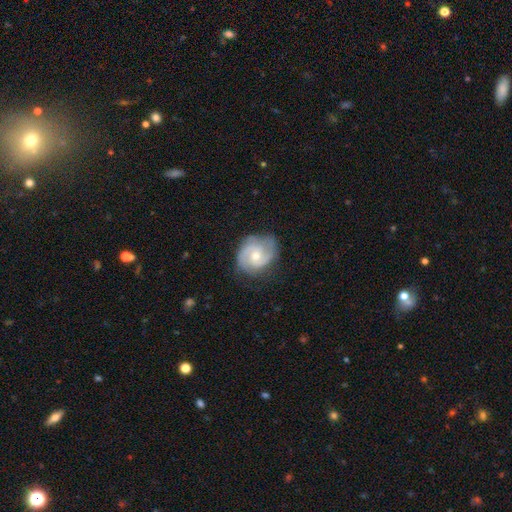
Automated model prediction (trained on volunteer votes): Q: Smooth or featured?
A: featured or disk (84%); runner-up: smooth (12%)
Q: Edge-on disk?
A: no (98%); runner-up: yes (2%)
Q: Bar?
A: no (63%); runner-up: weak (32%)
Q: Spiral arms?
A: yes (96%); runner-up: no (4%)
Q: Spiral winding?
A: medium (47%); runner-up: tight (42%)
Q: Spiral arm count?
A: 2 (70%); runner-up: 3 (16%)
Q: Bulge size?
A: moderate (56%); runner-up: small (40%)
Q: Merging?
A: none (73%); runner-up: minor disturbance (20%)